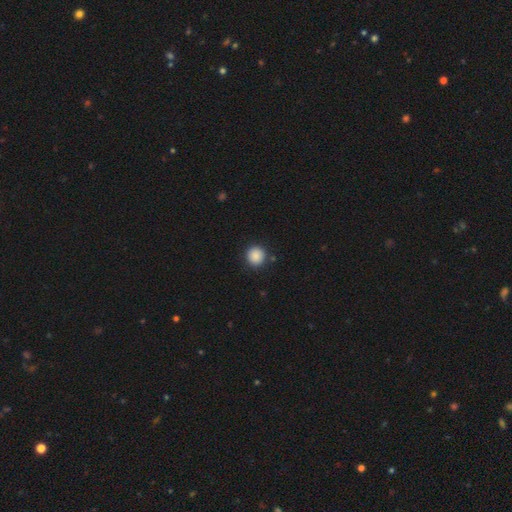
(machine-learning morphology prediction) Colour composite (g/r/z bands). It shows a smooth galaxy with no disk features (88%) that is round (93%). Merging: none (89%).